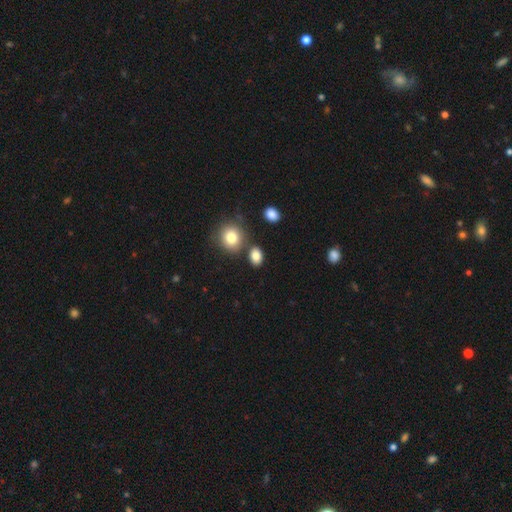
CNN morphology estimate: smooth-or-featured: smooth: 83% | star or artifact: 11% | featured or disk: 6%
  how-rounded: in between: 62% | round: 37% | cigar-shaped: 1%
  merging: none: 75% | minor disturbance: 11% | merger: 10% | major disturbance: 3%